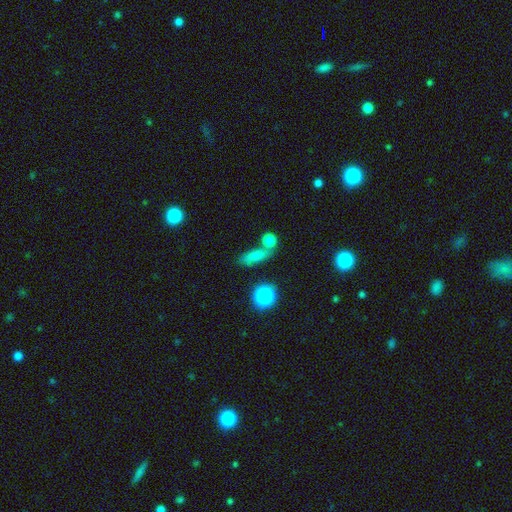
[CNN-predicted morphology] Q: Smooth or featured?
A: smooth (75%); runner-up: star or artifact (14%)
Q: How rounded?
A: in between (52%); runner-up: cigar-shaped (27%)
Q: Merging?
A: none (59%); runner-up: merger (21%)